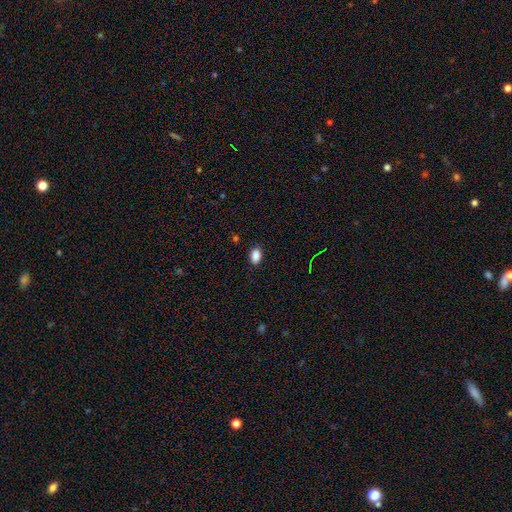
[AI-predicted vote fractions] Smooth or featured? Predicted: smooth (p=0.88). How rounded? Predicted: in between (p=0.89). Merging? Predicted: none (p=0.87).